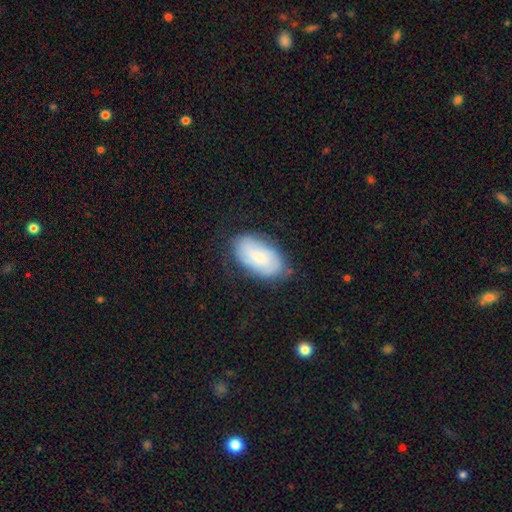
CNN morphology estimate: Smooth or featured? smooth (62%)
How rounded? in between (94%)
Merging? none (75%)